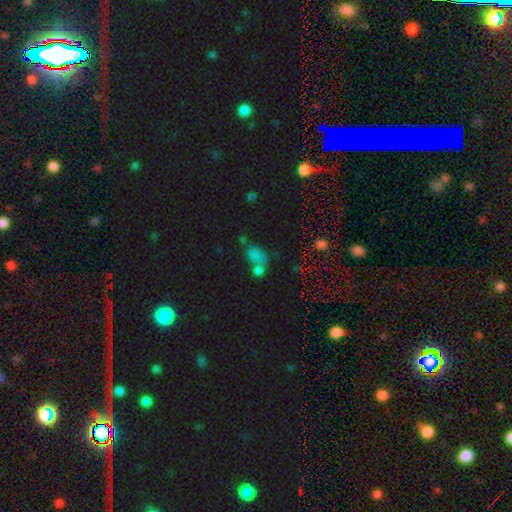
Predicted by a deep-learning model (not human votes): Overall: smooth (68%). How rounded: in between (65%; round 33%). Merging: merger (42%; none 39%).